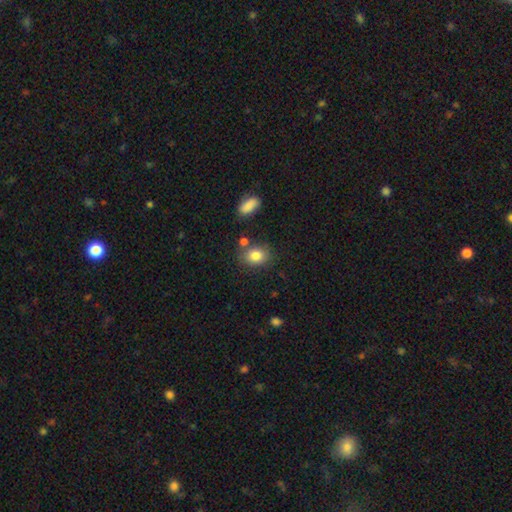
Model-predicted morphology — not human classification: The model was most divided on "how rounded": in between: 60%, round: 39%, cigar-shaped: 1%. More confident: smooth or featured — smooth (81%); merging — none (75%).